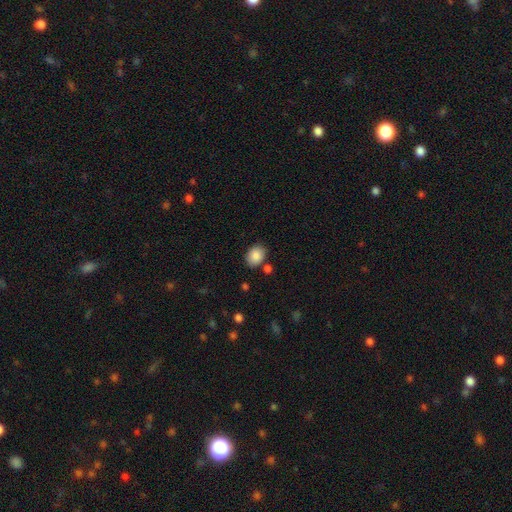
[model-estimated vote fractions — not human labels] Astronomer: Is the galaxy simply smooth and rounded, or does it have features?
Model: smooth — 88%.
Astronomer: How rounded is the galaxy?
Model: in between — 64%.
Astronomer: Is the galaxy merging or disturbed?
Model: none — 80%.